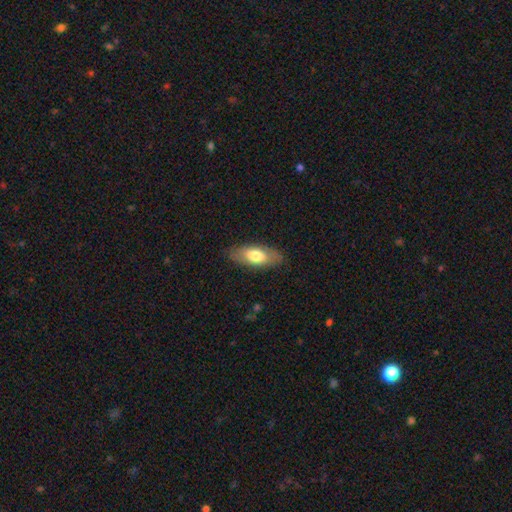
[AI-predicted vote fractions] Smooth or featured? Predicted: smooth (p=0.70). How rounded? Predicted: in between (p=0.82). Merging? Predicted: none (p=0.85).